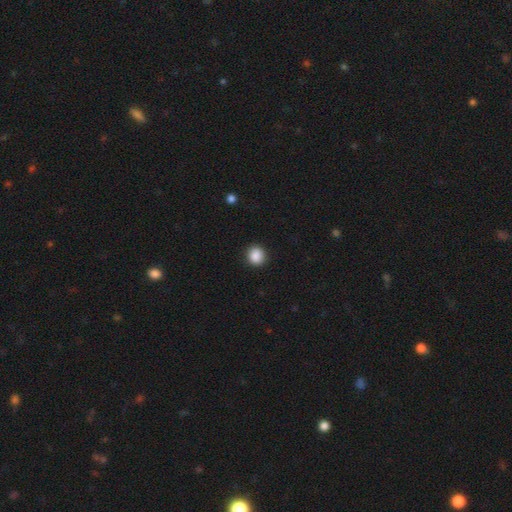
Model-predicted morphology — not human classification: This appears to be a smooth galaxy with no disk features (88%) that is round (84%). Merging: none (90%).